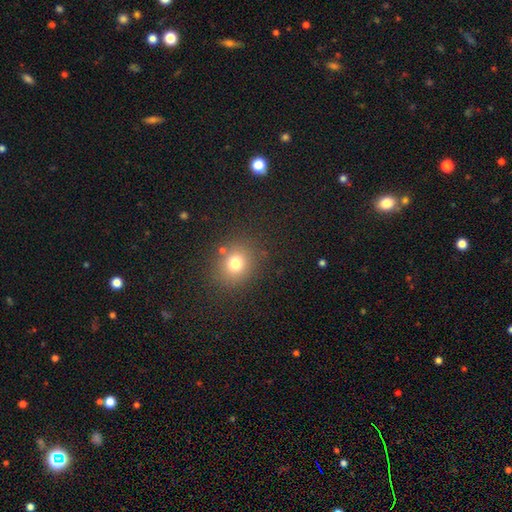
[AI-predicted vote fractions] smooth-or-featured: smooth: 65% | star or artifact: 29% | featured or disk: 6%
  how-rounded: round: 83% | in between: 16% | cigar-shaped: 1%
  merging: none: 91% | minor disturbance: 5% | major disturbance: 2% | merger: 1%